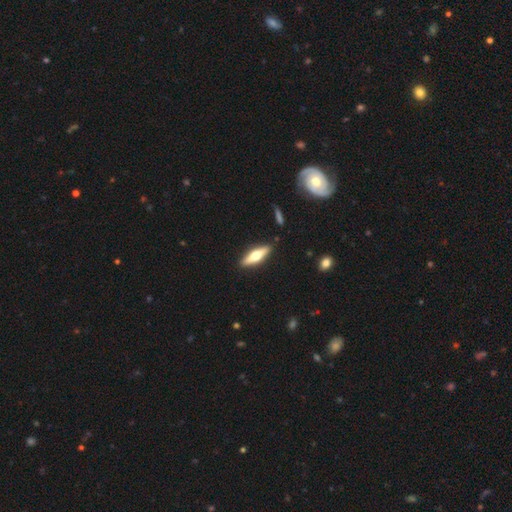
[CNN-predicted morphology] A featured or disk galaxy (48%).

Vote fractions:
- Smooth or featured? featured or disk: 48% / smooth: 47% / star or artifact: 5%
- Merging? none: 89% / minor disturbance: 8% / merger: 2% / major disturbance: 2%